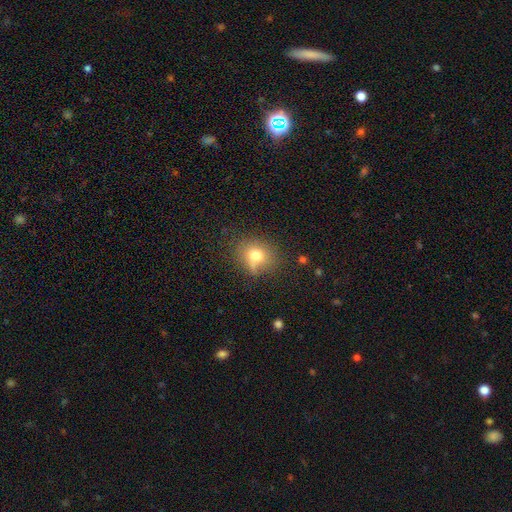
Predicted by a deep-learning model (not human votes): Smooth or featured? Predicted: smooth (p=0.73). How rounded? Predicted: round (p=0.69). Merging? Predicted: none (p=0.65).